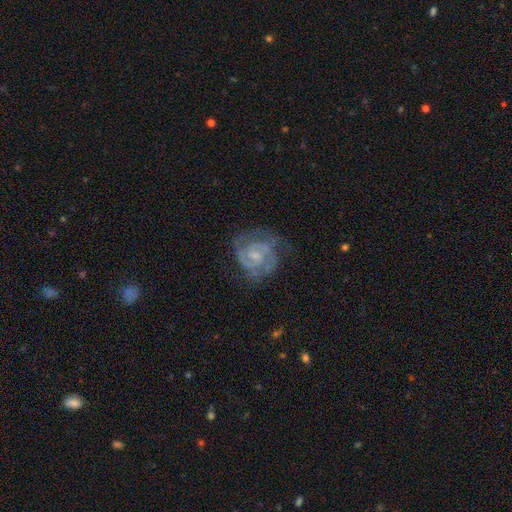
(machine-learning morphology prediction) smooth-or-featured: featured or disk: 86% | smooth: 9% | star or artifact: 6%
  disk-edge-on: no: 98% | yes: 2%
    bar: weak: 51% | no: 38% | strong: 11%
    has-spiral-arms: yes: 96% | no: 4%
      spiral-winding: tight: 56% | medium: 38% | loose: 6%
      spiral-arm-count: 2: 72% | can't tell: 11% | 3: 10% | 1: 3% | 4: 2% | more than 4: 2%
    bulge-size: small: 53% | moderate: 24% | none: 20% | large: 2% | dominant: 1%
  merging: none: 69% | minor disturbance: 20% | major disturbance: 10% | merger: 1%